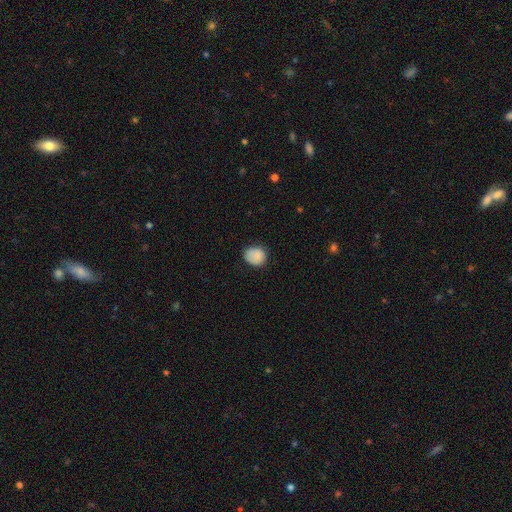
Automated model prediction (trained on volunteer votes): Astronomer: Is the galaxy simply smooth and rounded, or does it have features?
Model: smooth — 83%.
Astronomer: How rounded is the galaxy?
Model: round — 64%.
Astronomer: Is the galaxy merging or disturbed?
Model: none — 71%.